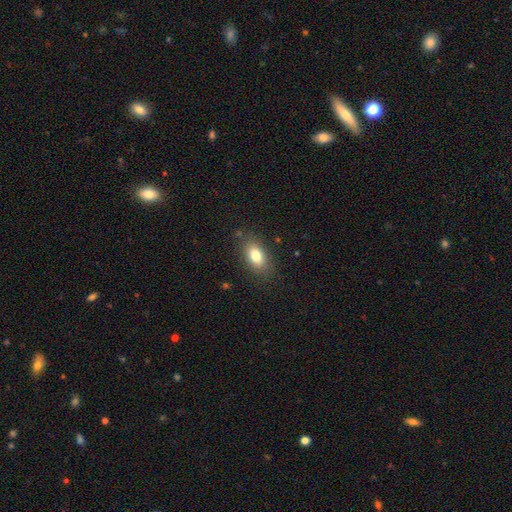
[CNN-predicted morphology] Smooth or featured? Predicted: smooth (p=0.80). How rounded? Predicted: in between (p=0.88). Merging? Predicted: none (p=0.84).